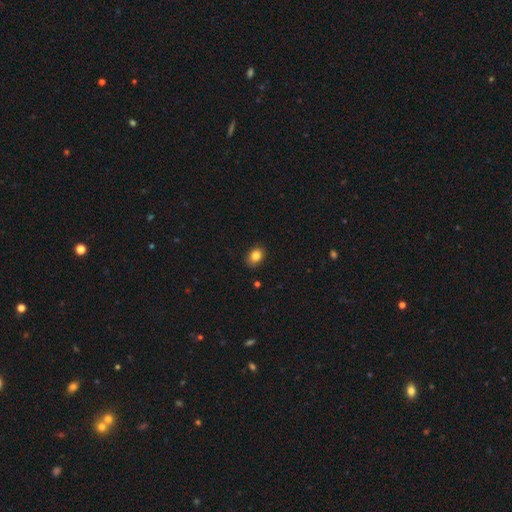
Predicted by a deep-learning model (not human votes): Smooth or featured? Predicted: smooth (p=0.85). How rounded? Predicted: in between (p=0.68). Merging? Predicted: none (p=0.85).